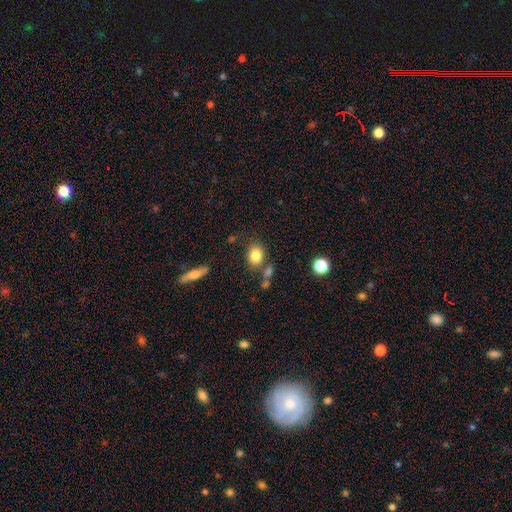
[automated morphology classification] Smooth or featured? Predicted: smooth (p=0.82). How rounded? Predicted: in between (p=0.54). Merging? Predicted: none (p=0.72).